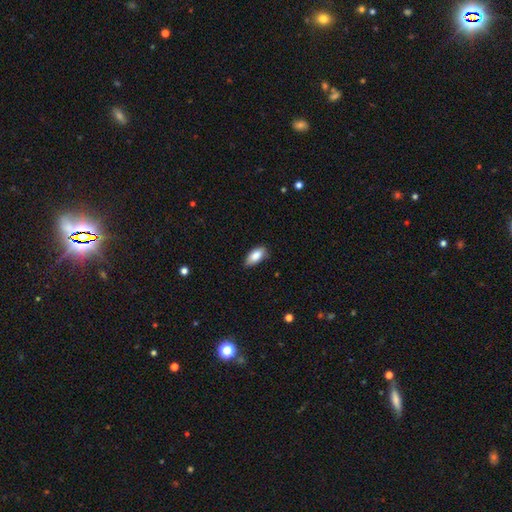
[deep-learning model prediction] The model was most divided on "merging": none: 73%, minor disturbance: 23%, major disturbance: 4%, merger: 1%. More confident: how rounded — in between (89%); smooth or featured — smooth (85%).